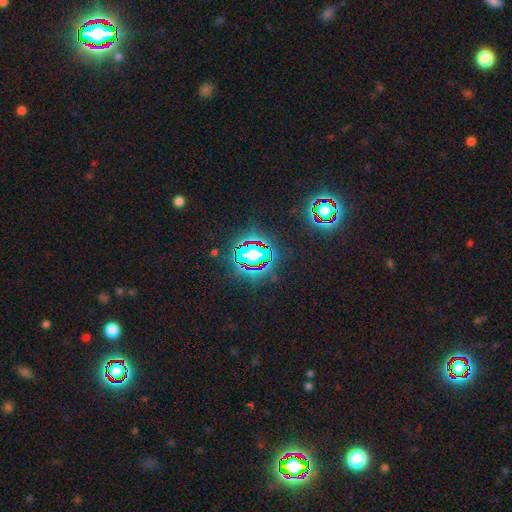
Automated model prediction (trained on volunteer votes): Smooth or featured: star or artifact — 82% (smooth — 10%)